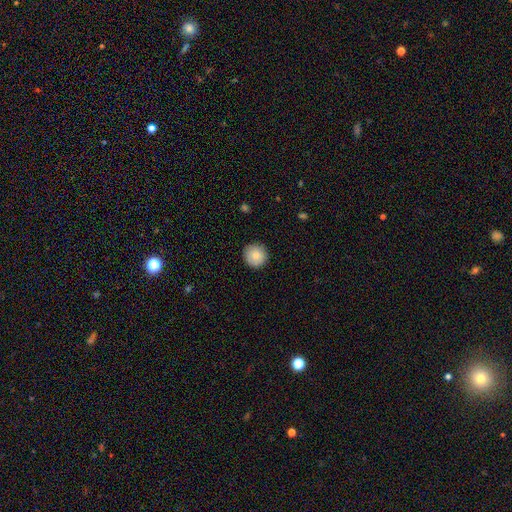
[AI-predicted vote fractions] Overall: smooth (84%). How rounded: round (95%). Merging: none (91%).